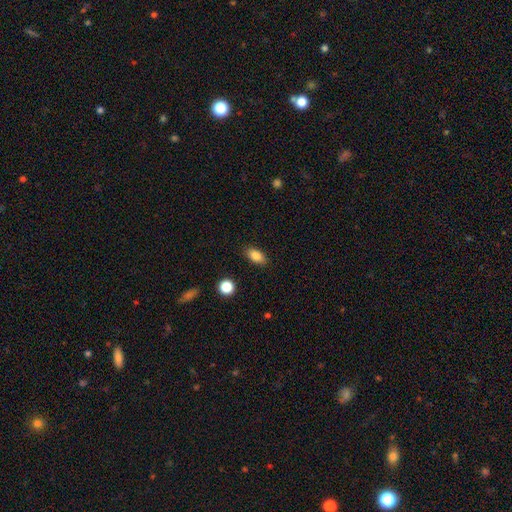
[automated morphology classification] type=smooth (86%); roundness=in between (89%); merging=none (87%).